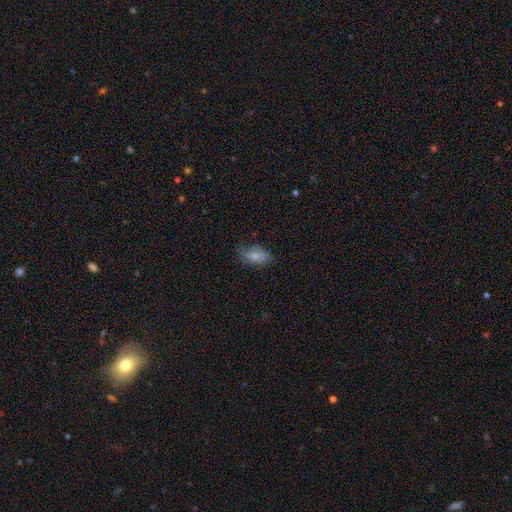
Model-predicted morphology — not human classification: Smooth or featured? Predicted: smooth (p=0.73). How rounded? Predicted: in between (p=0.90). Merging? Predicted: none (p=0.58).